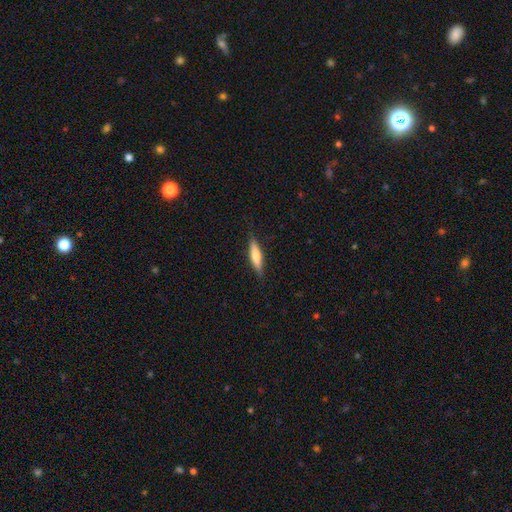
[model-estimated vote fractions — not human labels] Smooth or featured? smooth (63%)
How rounded? cigar-shaped (78%)
Merging? none (86%)